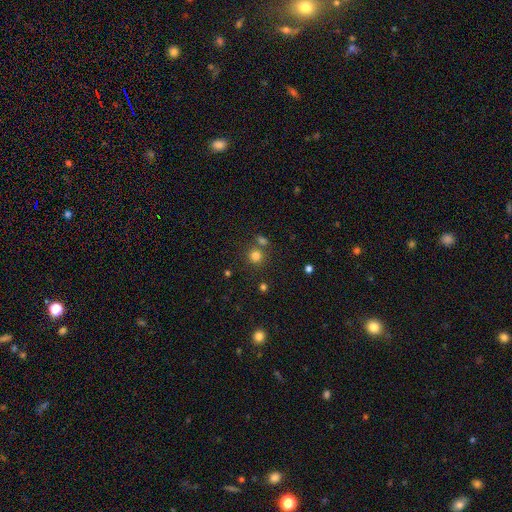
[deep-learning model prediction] A smooth galaxy with no disk features (78%) that is round (89%). Merging: none (71%).